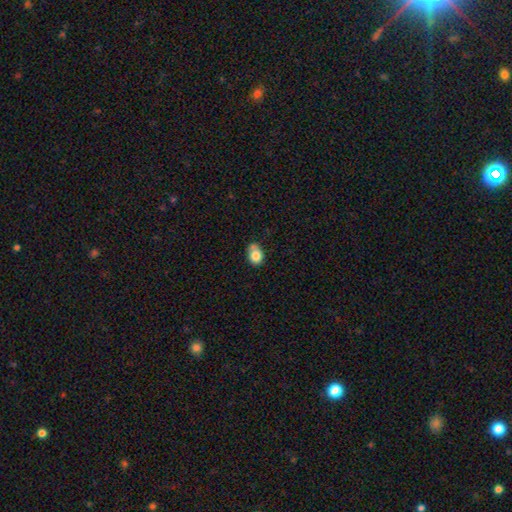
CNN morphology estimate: This appears to be a smooth galaxy with no disk features (81%) that is in between round and cigar-shaped (57%). Merging: none (48%).